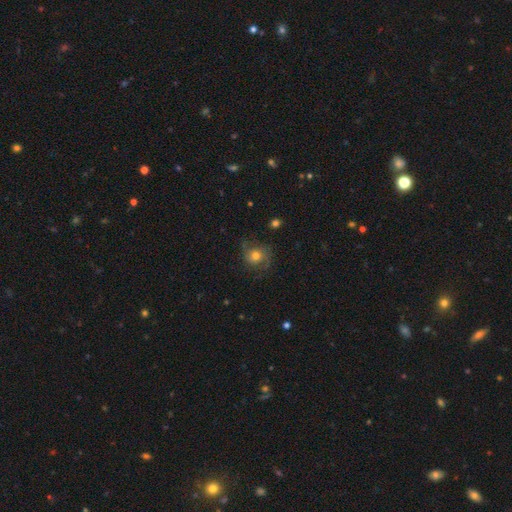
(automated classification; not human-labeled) Q: Smooth or featured?
A: featured or disk (47%); runner-up: smooth (41%)
Q: Merging?
A: none (63%); runner-up: minor disturbance (20%)